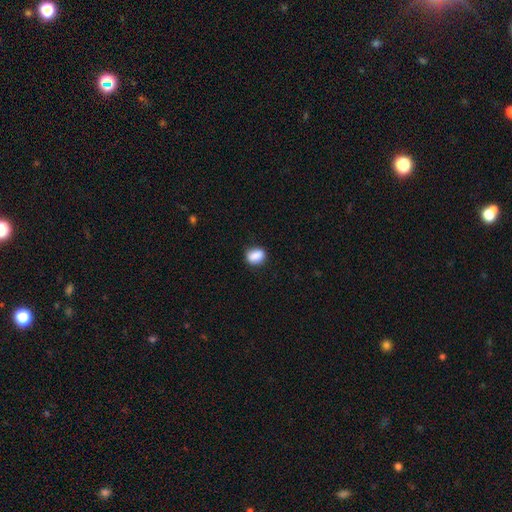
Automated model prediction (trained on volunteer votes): Smooth or featured? smooth (87%)
How rounded? in between (62%)
Merging? none (80%)